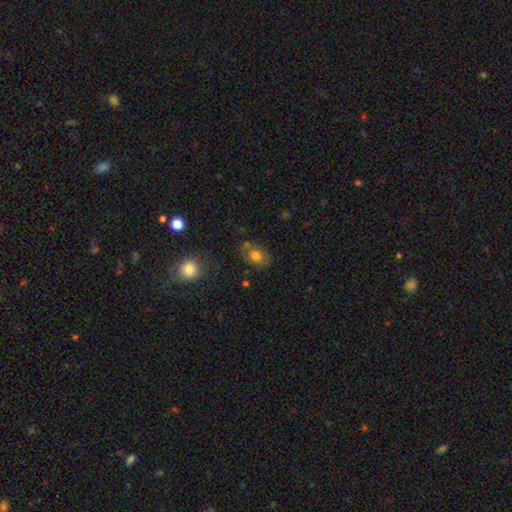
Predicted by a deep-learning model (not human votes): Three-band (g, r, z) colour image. It shows a smooth galaxy with no disk features (68%) that is in between round and cigar-shaped (67%). Merging: none (62%).